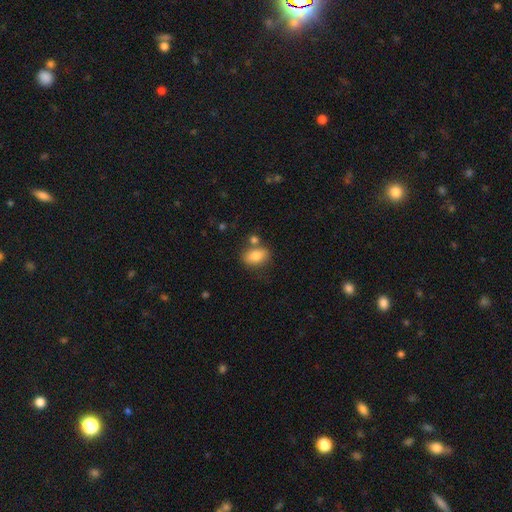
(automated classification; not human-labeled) Smooth or featured? Predicted: smooth (p=0.80). How rounded? Predicted: in between (p=0.81). Merging? Predicted: none (p=0.66).